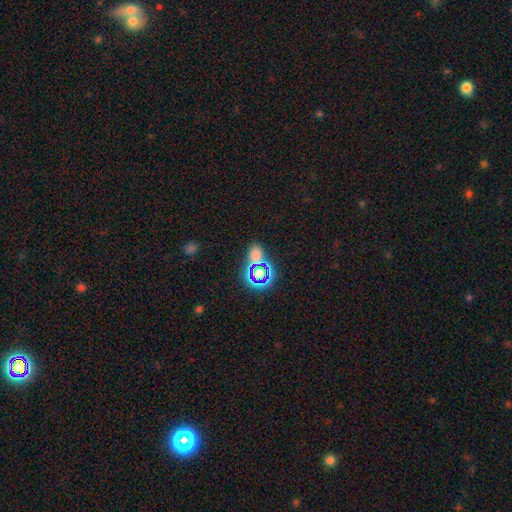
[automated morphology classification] Overall: smooth (49%; star or artifact 43%). Merging: none (66%).